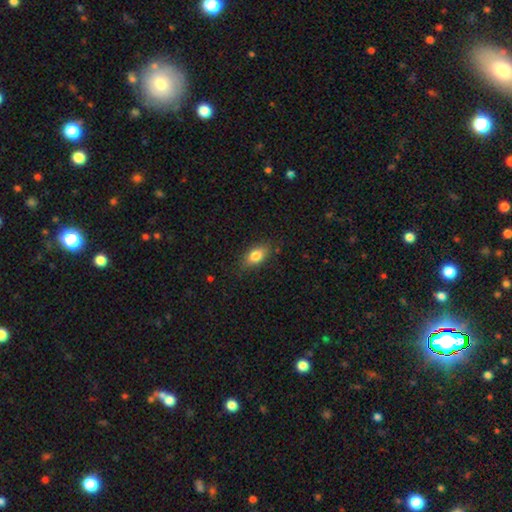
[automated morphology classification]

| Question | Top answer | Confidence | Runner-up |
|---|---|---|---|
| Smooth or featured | smooth | 81% | featured or disk (11%) |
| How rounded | in between | 84% | round (10%) |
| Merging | none | 82% | minor disturbance (14%) |